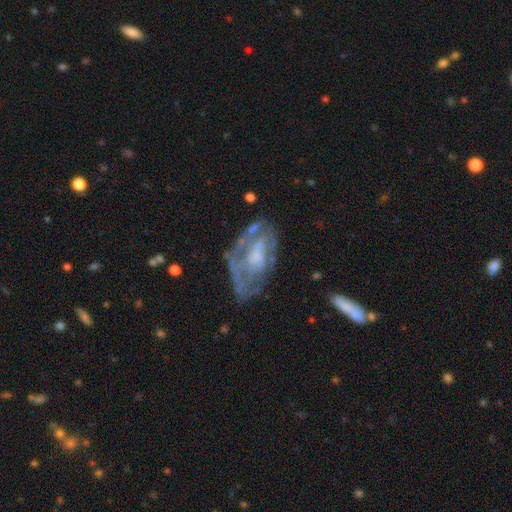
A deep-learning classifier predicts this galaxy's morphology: Smooth or featured? Predicted: featured or disk (p=0.69). Edge-on disk? Predicted: no (p=0.92). Bar? Predicted: no (p=0.71). Spiral arms? Predicted: no (p=0.54). Bulge size? Predicted: moderate (p=0.39). Merging? Predicted: none (p=0.51).